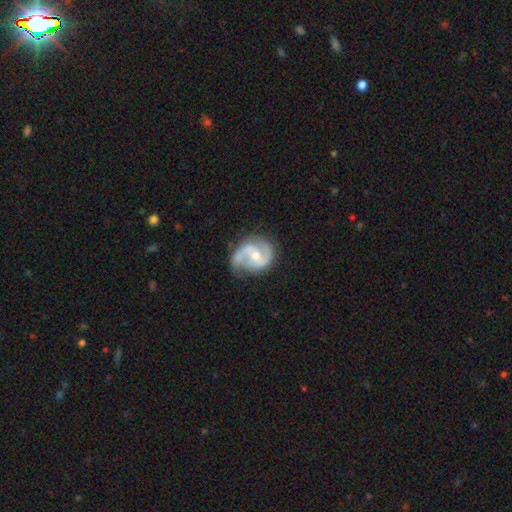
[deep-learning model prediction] Smooth or featured: featured or disk — 87% (smooth — 8%)
Edge-on disk: no — 98% (yes — 2%)
Bar: weak — 44% (no — 42%)
Spiral arms: yes — 96% (no — 4%)
Spiral winding: medium — 55% (tight — 23%)
Spiral arm count: 2 — 88% (1 — 4%)
Bulge size: moderate — 59% (small — 36%)
Merging: none — 63% (minor disturbance — 24%)